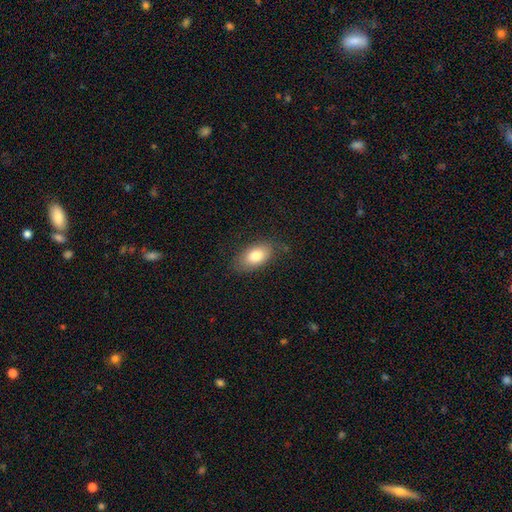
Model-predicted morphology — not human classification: The model was most divided on "merging": none: 80%, minor disturbance: 15%, major disturbance: 4%, merger: 1%. More confident: how rounded — in between (91%); smooth or featured — smooth (80%).